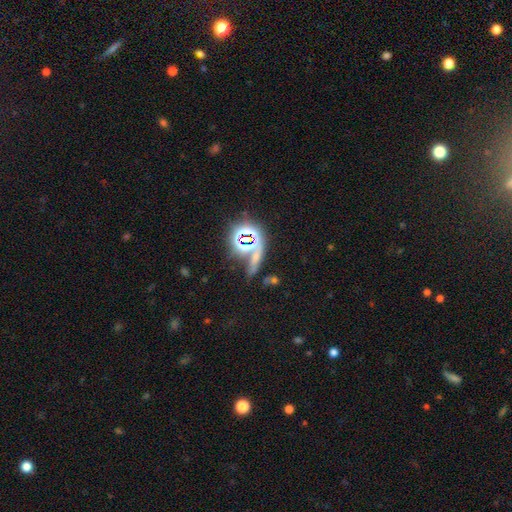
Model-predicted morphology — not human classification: Smooth or featured: star or artifact — 51% (smooth — 33%)